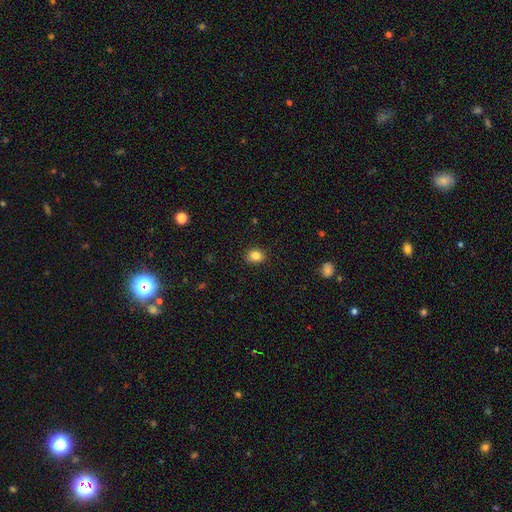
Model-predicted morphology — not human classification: Smooth or featured: smooth — 84% (star or artifact — 11%)
How rounded: round — 61% (in between — 38%)
Merging: none — 89% (minor disturbance — 9%)